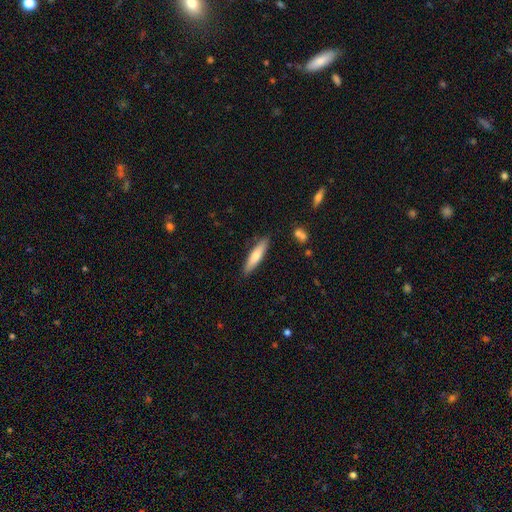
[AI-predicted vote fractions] This is likely a smooth galaxy (70%). How rounded: likely cigar-shaped (80%). Merging: clearly none (87%).